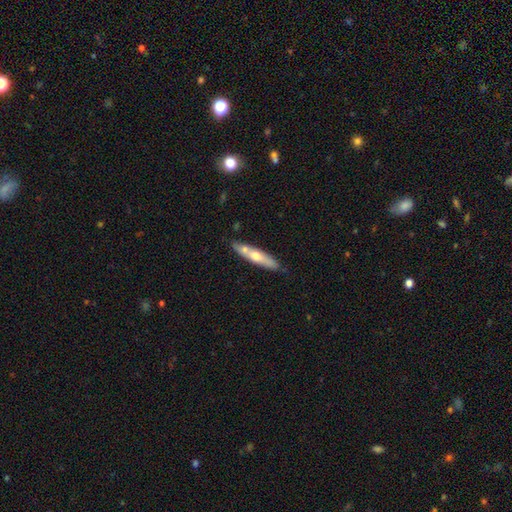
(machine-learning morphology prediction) Smooth or featured?
  - smooth: 47% * (tied)
  - featured or disk: 47% * (tied)
  - star or artifact: 6%
Merging?
  - none: 72% *
  - minor disturbance: 13%
  - merger: 12%
  - major disturbance: 3%